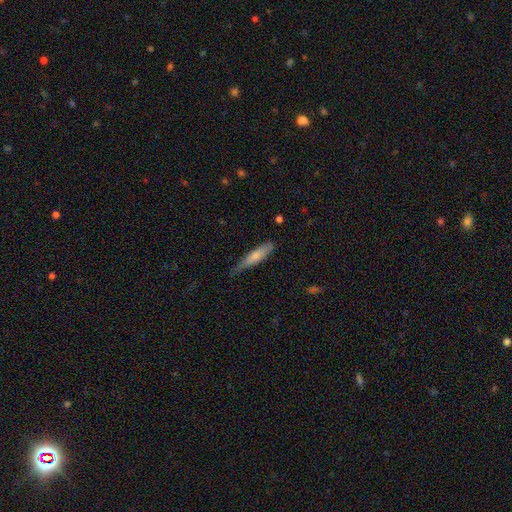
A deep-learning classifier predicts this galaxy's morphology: Smooth or featured: smooth — 72% (featured or disk — 22%)
How rounded: cigar-shaped — 78% (in between — 21%)
Merging: none — 55% (minor disturbance — 36%)